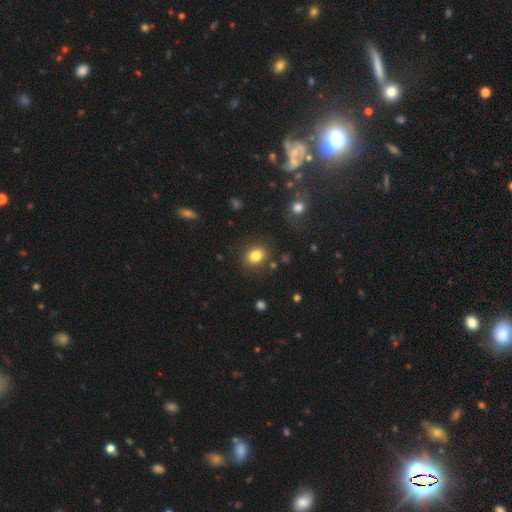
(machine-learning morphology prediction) Q: Smooth or featured?
A: smooth (83%); runner-up: star or artifact (11%)
Q: How rounded?
A: round (50%); runner-up: in between (49%)
Q: Merging?
A: none (85%); runner-up: minor disturbance (9%)